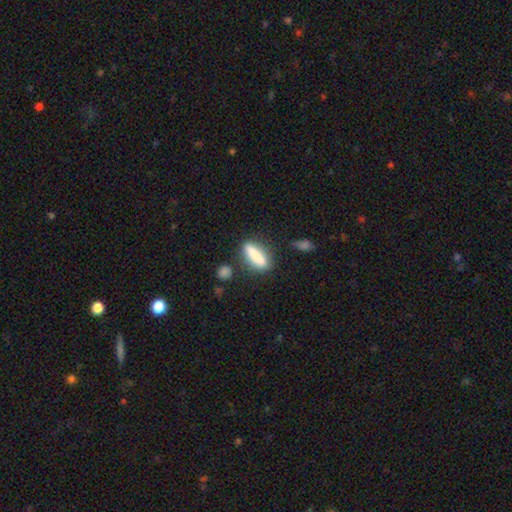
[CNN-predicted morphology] Smooth or featured: smooth — 77% (featured or disk — 16%)
How rounded: cigar-shaped — 65% (in between — 32%)
Merging: none — 78% (minor disturbance — 12%)